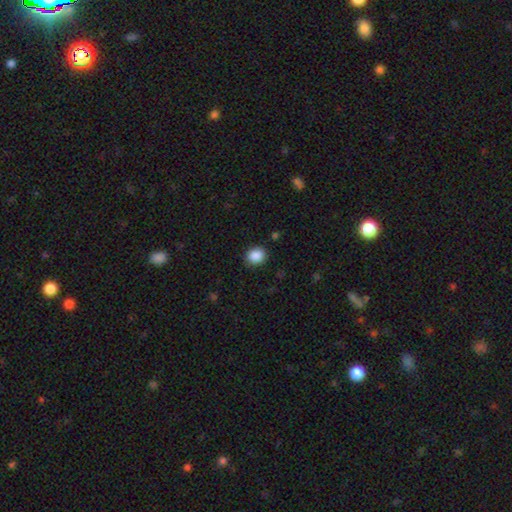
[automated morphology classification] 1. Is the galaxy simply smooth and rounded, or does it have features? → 88% smooth, 9% star or artifact, 3% featured or disk.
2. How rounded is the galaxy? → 67% round, 32% in between, 1% cigar-shaped.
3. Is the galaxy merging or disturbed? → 87% none, 10% minor disturbance, 3% major disturbance, 1% merger.